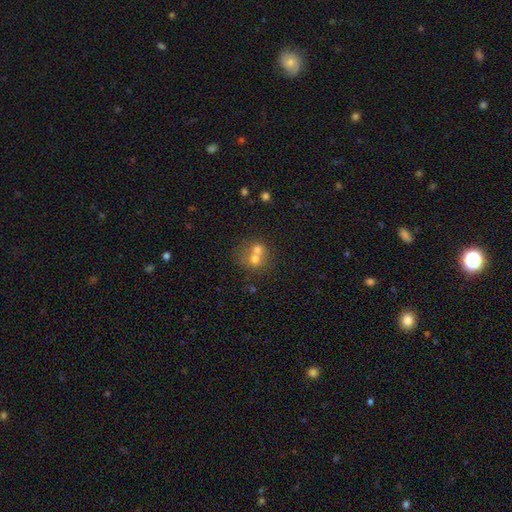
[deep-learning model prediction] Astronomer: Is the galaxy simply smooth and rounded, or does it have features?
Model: smooth — 64%.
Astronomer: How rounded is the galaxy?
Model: round — 77%.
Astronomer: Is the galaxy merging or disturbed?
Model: merger — 63%.